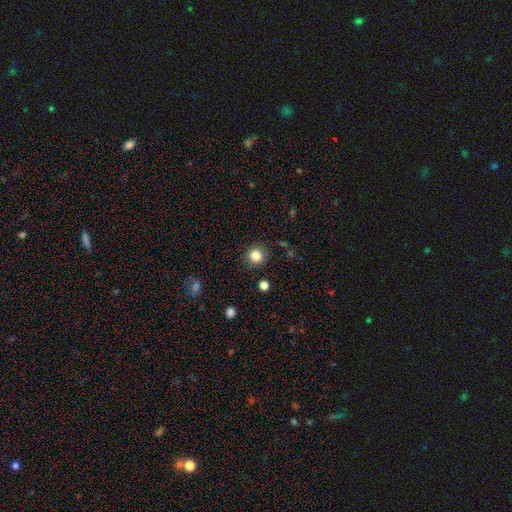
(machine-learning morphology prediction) Smooth or featured? Predicted: smooth (p=0.83). How rounded? Predicted: round (p=0.92). Merging? Predicted: none (p=0.89).